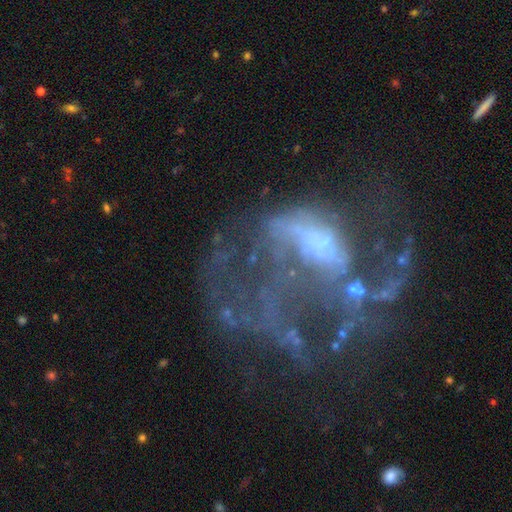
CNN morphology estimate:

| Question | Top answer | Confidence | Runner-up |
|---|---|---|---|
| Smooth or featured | featured or disk | 71% | star or artifact (16%) |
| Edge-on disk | no | 97% | yes (3%) |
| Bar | no | 67% | weak (23%) |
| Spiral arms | no | 52% | yes (48%) |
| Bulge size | small | 37% | none (35%) |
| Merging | major disturbance | 54% | none (23%) |